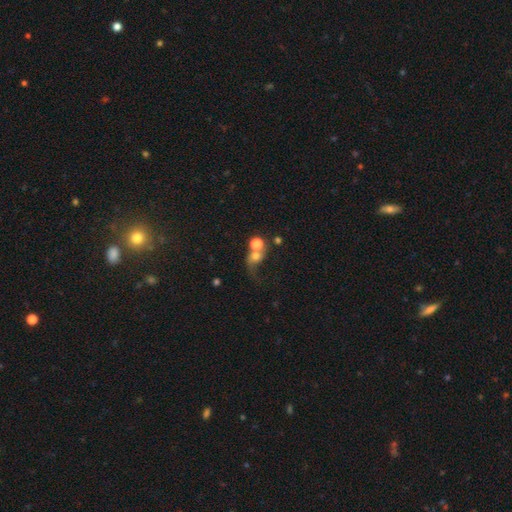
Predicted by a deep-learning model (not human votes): This is likely a smooth galaxy (60%). How rounded: likely round (67%). Merging: possibly merger (45%).